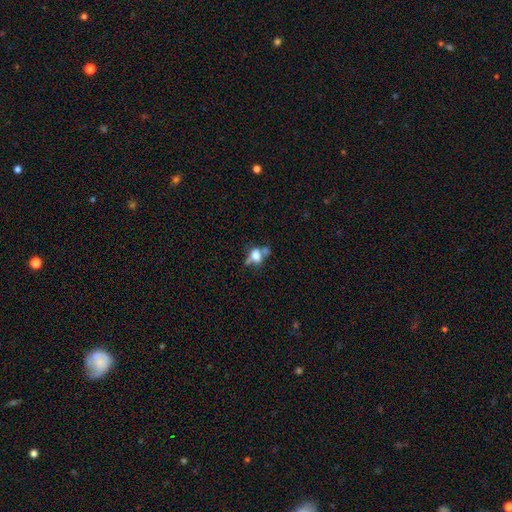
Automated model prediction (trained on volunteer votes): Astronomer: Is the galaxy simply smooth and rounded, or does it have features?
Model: smooth — 59%.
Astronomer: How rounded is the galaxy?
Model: in between — 57% (runner-up: round, 38%).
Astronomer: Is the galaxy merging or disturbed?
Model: none — 38% (runner-up: merger, 32%).